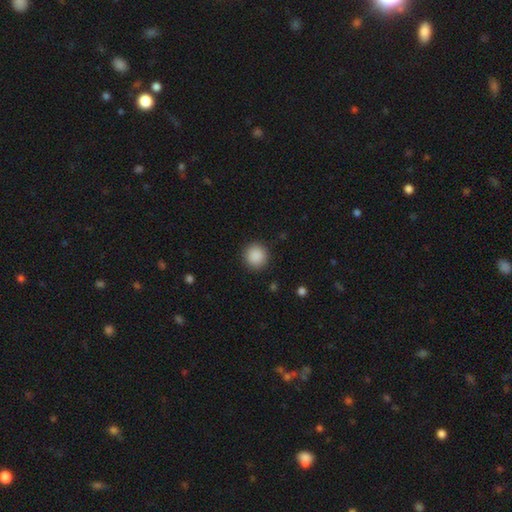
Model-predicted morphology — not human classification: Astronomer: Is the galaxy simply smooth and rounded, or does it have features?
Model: smooth — 89%.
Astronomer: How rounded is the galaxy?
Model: round — 93%.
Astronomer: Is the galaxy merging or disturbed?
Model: none — 91%.